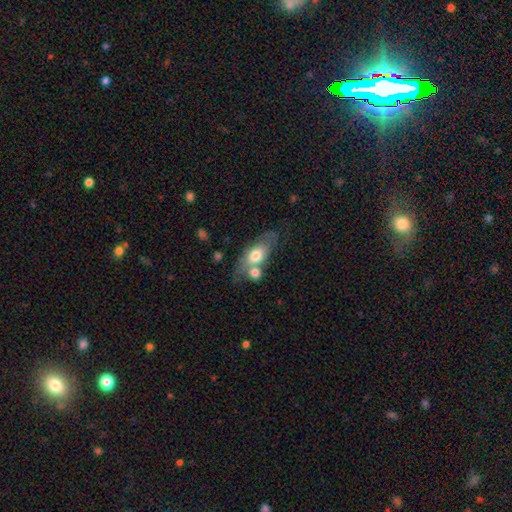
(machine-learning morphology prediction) Smooth or featured? Predicted: smooth (p=0.65). How rounded? Predicted: in between (p=0.79). Merging? Predicted: none (p=0.42).